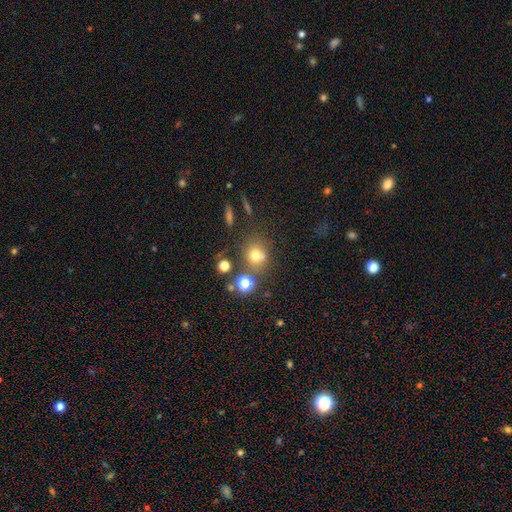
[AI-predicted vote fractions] smooth_or_featured: smooth (p=0.70) [alt: star or artifact p=0.18]
how_rounded: round (p=0.80) [alt: in between p=0.19]
merging: none (p=0.65) [alt: merger p=0.16]